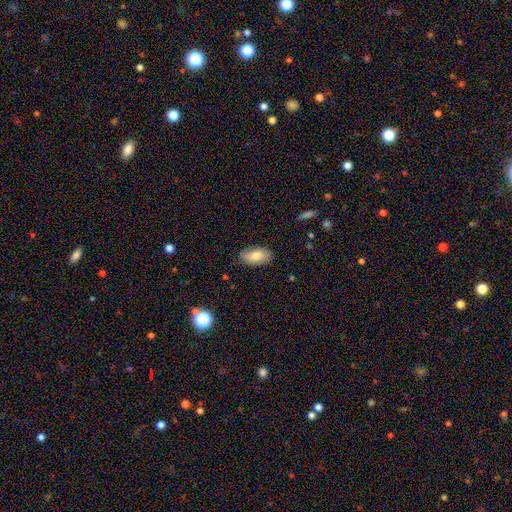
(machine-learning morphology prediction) A smooth galaxy with no disk features (75%) that is in between round and cigar-shaped (93%).

Vote fractions:
- Smooth or featured? smooth: 75% / featured or disk: 18% / star or artifact: 8%
- How rounded? in between: 93% / round: 5% / cigar-shaped: 3%
- Merging? none: 83% / minor disturbance: 14% / major disturbance: 3% / merger: 1%